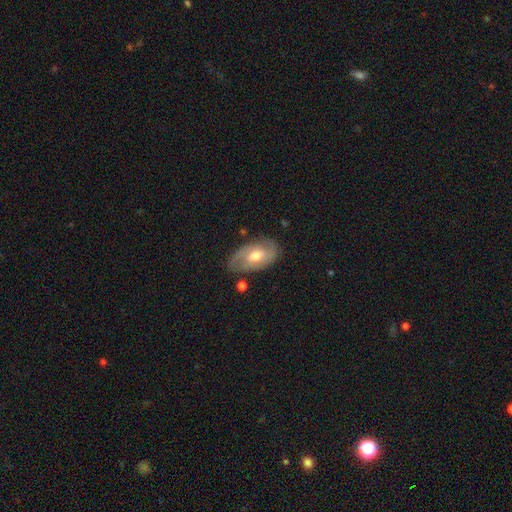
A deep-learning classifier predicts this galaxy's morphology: Q: Smooth or featured?
A: featured or disk (67%); runner-up: smooth (27%)
Q: Edge-on disk?
A: no (94%); runner-up: yes (6%)
Q: Bar?
A: no (46%); runner-up: weak (43%)
Q: Spiral arms?
A: yes (82%); runner-up: no (18%)
Q: Spiral winding?
A: tight (43%); runner-up: medium (42%)
Q: Spiral arm count?
A: 2 (70%); runner-up: can't tell (19%)
Q: Bulge size?
A: moderate (73%); runner-up: small (18%)
Q: Merging?
A: none (74%); runner-up: minor disturbance (19%)